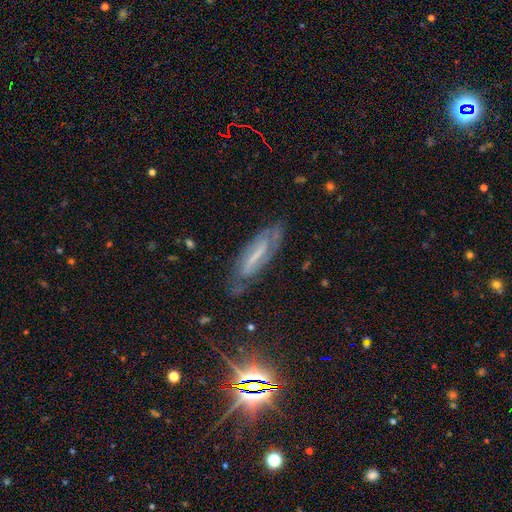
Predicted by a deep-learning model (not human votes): Overall: featured or disk (71%). Edge-on disk: no (76%). Bar: strong (54%; weak 31%). Spiral arms: yes (84%). Bulge size: none (39%; small 36%). Merging: none (71%).